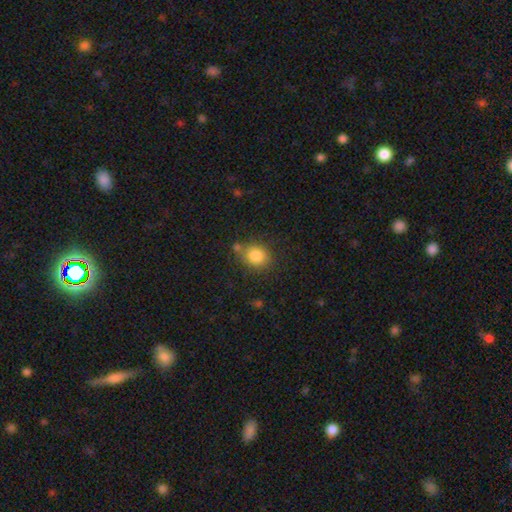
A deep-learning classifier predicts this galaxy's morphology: A smooth galaxy with no disk features (84%) that is round (68%).

Vote fractions:
- Smooth or featured? smooth: 84% / star or artifact: 10% / featured or disk: 6%
- How rounded? round: 68% / in between: 31% / cigar-shaped: 1%
- Merging? none: 71% / minor disturbance: 15% / merger: 9% / major disturbance: 5%